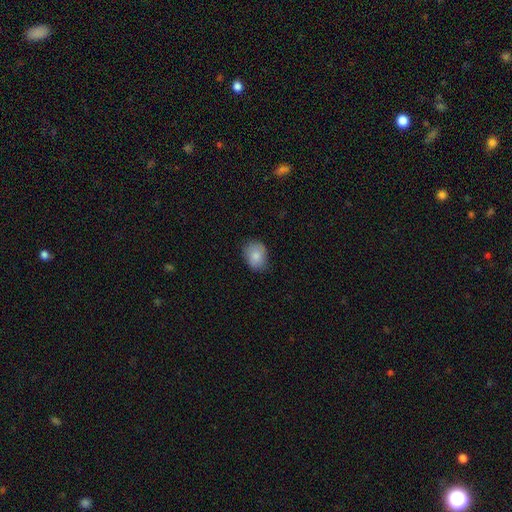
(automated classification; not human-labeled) Smooth or featured? smooth (84%)
How rounded? in between (59%)
Merging? none (78%)